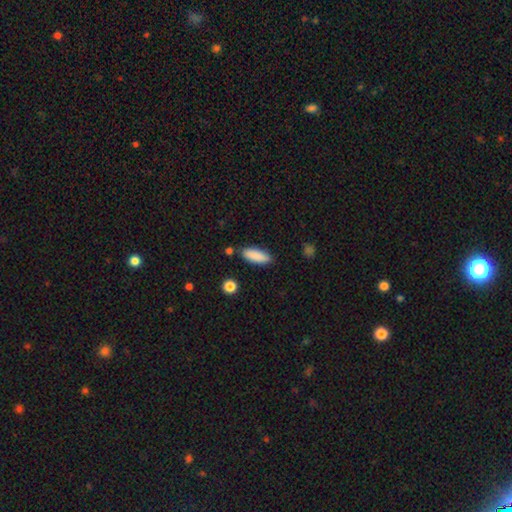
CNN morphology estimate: The model was most divided on "how rounded": in between: 62%, cigar-shaped: 36%, round: 2%. More confident: smooth or featured — smooth (88%); merging — none (84%).